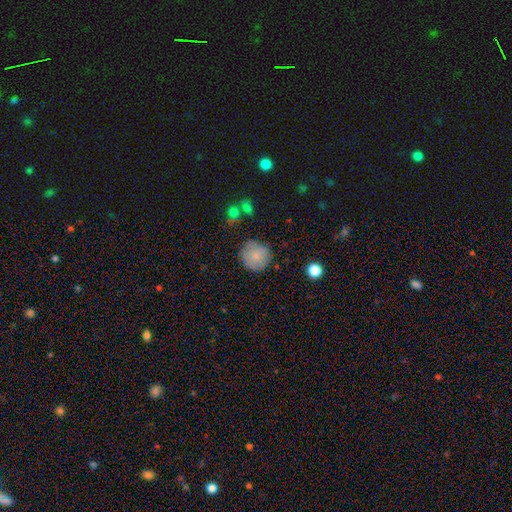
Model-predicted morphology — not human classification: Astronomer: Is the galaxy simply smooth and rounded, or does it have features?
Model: smooth — 81%.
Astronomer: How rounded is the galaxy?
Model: round — 93%.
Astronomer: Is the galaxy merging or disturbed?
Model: none — 77%.